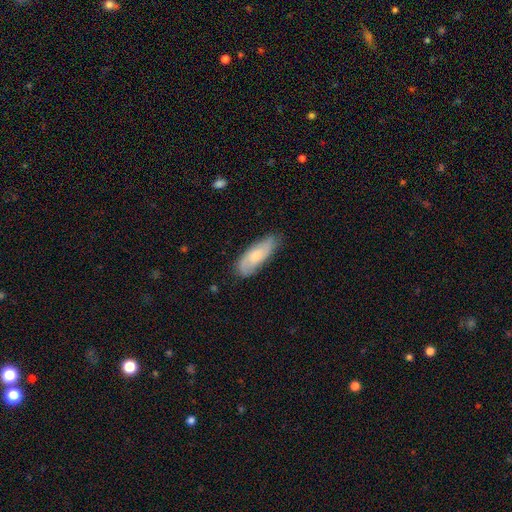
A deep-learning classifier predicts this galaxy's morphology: Smooth or featured? smooth (62%)
How rounded? in between (69%)
Merging? none (72%)